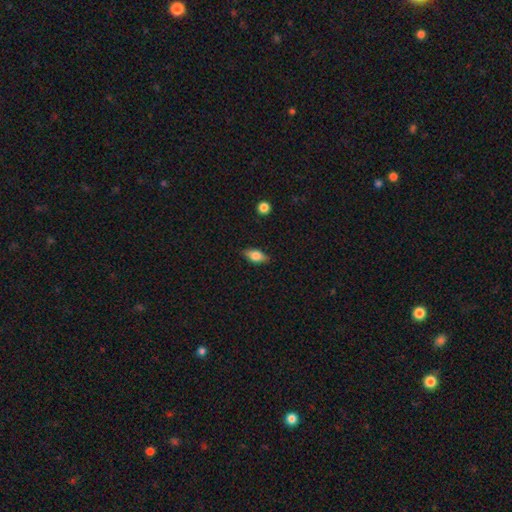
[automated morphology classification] Smooth or featured: smooth — 73% (featured or disk — 20%)
How rounded: in between — 83% (cigar-shaped — 12%)
Merging: none — 85% (minor disturbance — 11%)